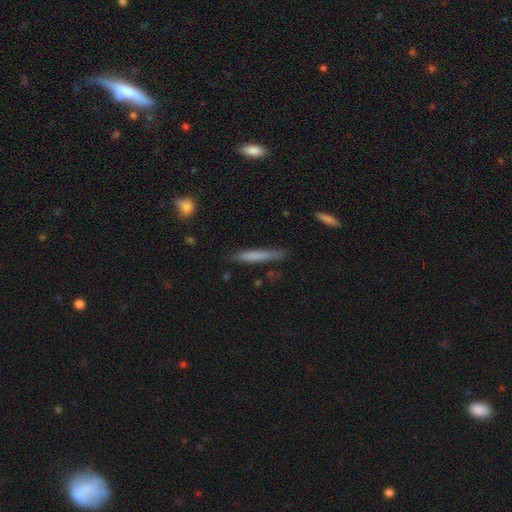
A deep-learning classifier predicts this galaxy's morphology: type=smooth (71%); roundness=cigar-shaped (95%); merging=none (80%).